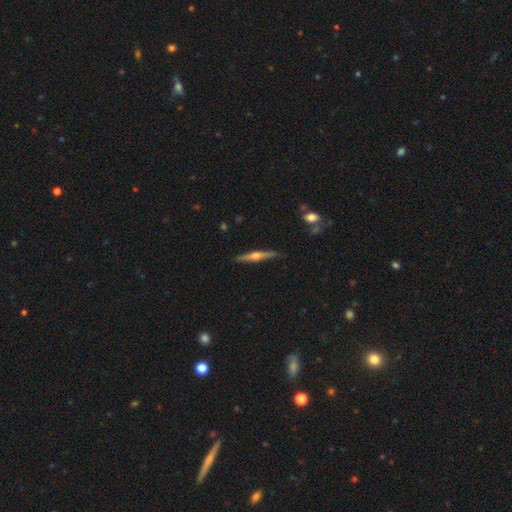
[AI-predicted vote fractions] Smooth or featured: featured or disk — 72% (smooth — 23%)
Edge-on disk: yes — 98% (no — 2%)
Edge-on bulge: rounded — 88% (boxy — 7%)
Merging: none — 88% (minor disturbance — 9%)